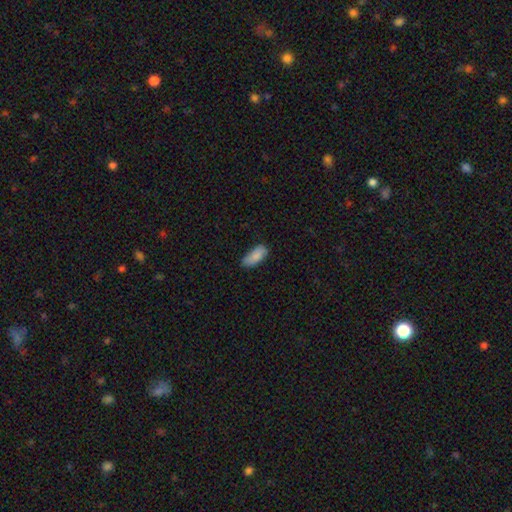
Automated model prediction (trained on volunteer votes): The model was most divided on "merging": none: 70%, minor disturbance: 24%, major disturbance: 4%, merger: 2%. More confident: how rounded — in between (87%); smooth or featured — smooth (87%).